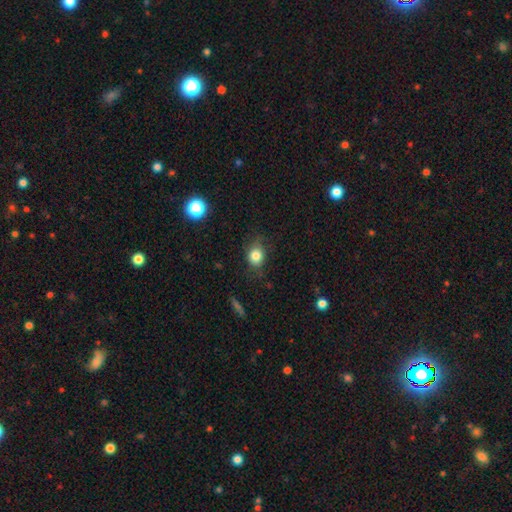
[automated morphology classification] Smooth or featured?
  - smooth: 81% *
  - star or artifact: 11%
  - featured or disk: 7%
How rounded?
  - round: 61% *
  - in between: 38%
  - cigar-shaped: 1%
Merging?
  - none: 72% *
  - minor disturbance: 21%
  - major disturbance: 6%
  - merger: 2%